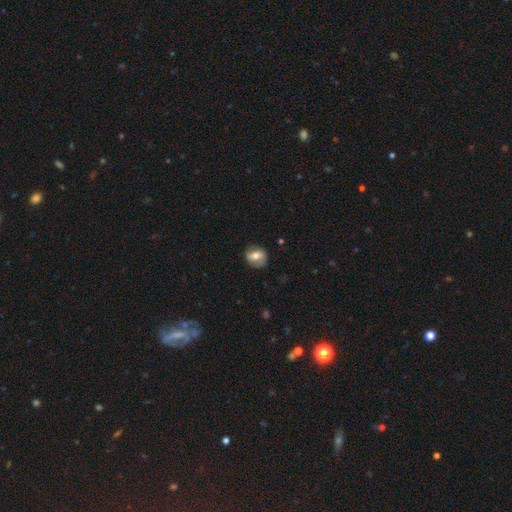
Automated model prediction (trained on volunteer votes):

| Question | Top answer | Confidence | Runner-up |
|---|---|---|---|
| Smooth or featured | smooth | 50% | featured or disk (42%) |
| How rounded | round | 57% | in between (41%) |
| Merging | none | 77% | minor disturbance (16%) |